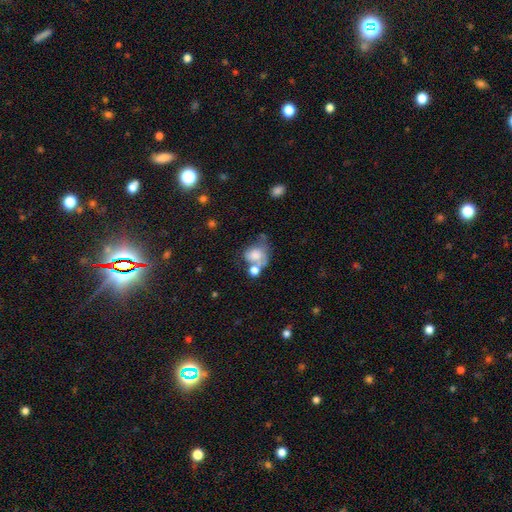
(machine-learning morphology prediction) Smooth or featured? Predicted: smooth (p=0.65). How rounded? Predicted: in between (p=0.52). Merging? Predicted: merger (p=0.40).